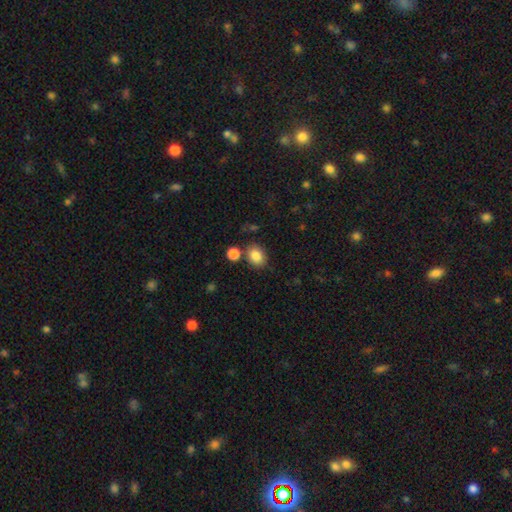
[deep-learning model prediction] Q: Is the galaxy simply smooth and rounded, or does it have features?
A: smooth — 85%.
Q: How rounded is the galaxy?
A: in between — 59%.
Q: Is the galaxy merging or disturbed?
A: none — 75%.